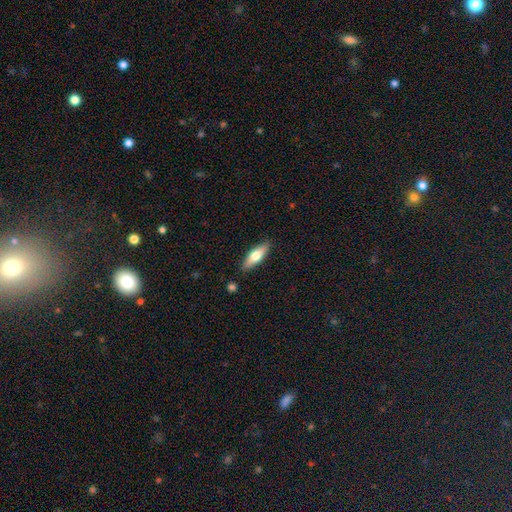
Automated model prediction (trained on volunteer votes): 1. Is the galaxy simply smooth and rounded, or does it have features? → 58% smooth, 36% featured or disk, 6% star or artifact.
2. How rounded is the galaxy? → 50% cigar-shaped, 48% in between, 2% round.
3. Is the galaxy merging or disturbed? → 87% none, 9% minor disturbance, 2% major disturbance, 2% merger.